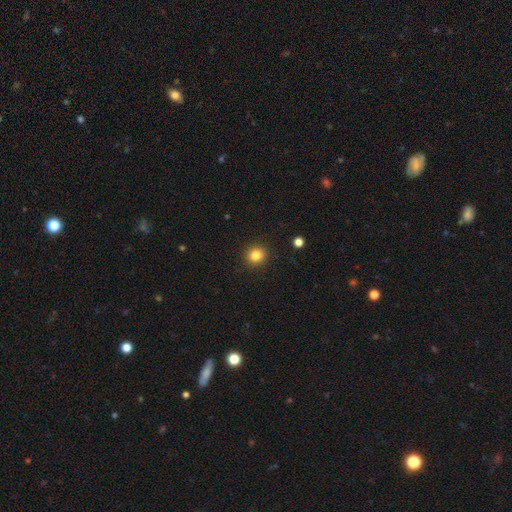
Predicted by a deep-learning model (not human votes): A smooth galaxy with no disk features (84%) that is round (90%).

Vote fractions:
- Smooth or featured? smooth: 84% / star or artifact: 11% / featured or disk: 5%
- How rounded? round: 90% / in between: 9% / cigar-shaped: 1%
- Merging? none: 92% / minor disturbance: 5% / major disturbance: 2% / merger: 1%